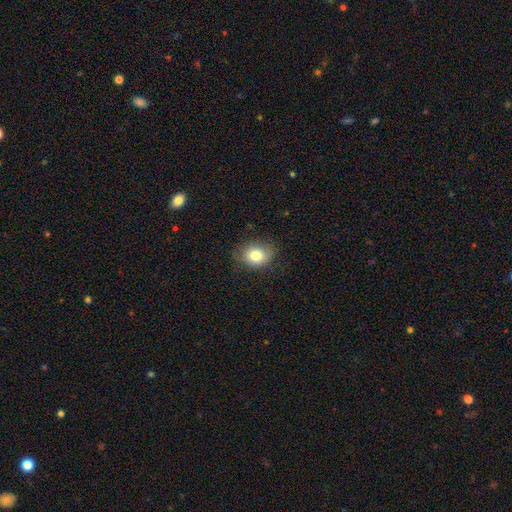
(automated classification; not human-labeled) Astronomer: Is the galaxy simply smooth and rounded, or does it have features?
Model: smooth — 80%.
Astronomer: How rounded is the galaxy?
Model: round — 52% (runner-up: in between, 47%).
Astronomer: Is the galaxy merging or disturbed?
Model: none — 79%.